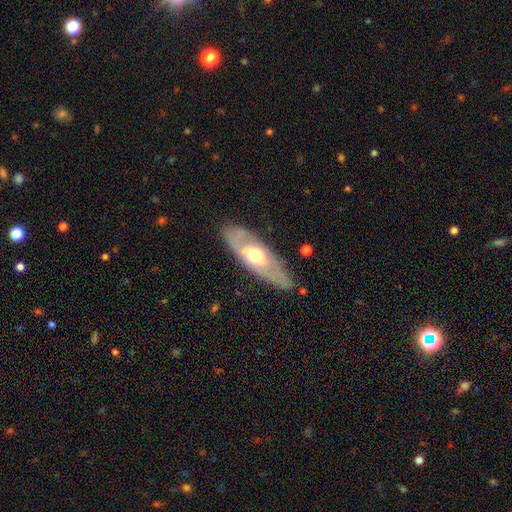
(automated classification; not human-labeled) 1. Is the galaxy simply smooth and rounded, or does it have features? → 61% featured or disk, 34% smooth, 5% star or artifact.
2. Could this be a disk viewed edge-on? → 69% no, 31% yes.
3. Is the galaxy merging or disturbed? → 77% none, 16% minor disturbance, 5% major disturbance, 2% merger.